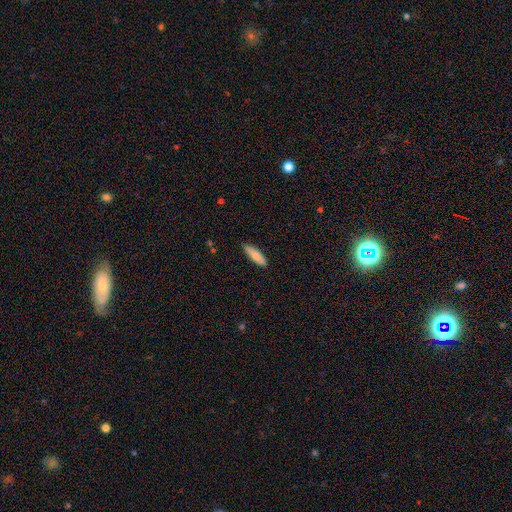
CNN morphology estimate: This appears to be a smooth galaxy with no disk features (80%) that is cigar-shaped (59%). Merging: none (86%).